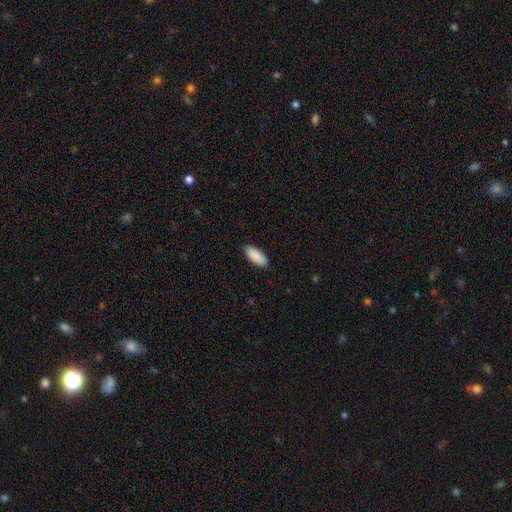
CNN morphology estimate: Smooth or featured?
  - smooth: 91% *
  - star or artifact: 5%
  - featured or disk: 4%
How rounded?
  - in between: 87% *
  - cigar-shaped: 11%
  - round: 2%
Merging?
  - none: 87% *
  - minor disturbance: 10%
  - major disturbance: 2%
  - merger: 1%